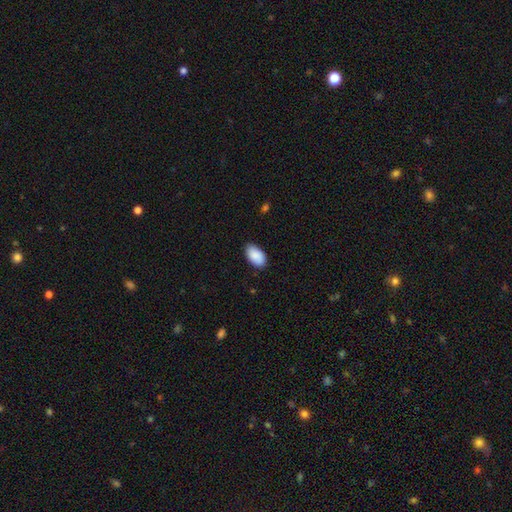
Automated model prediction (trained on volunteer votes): smooth 90%, star or artifact 6%, featured or disk 4%. Down the decision tree: how rounded — in between (95%); merging — none (84%).